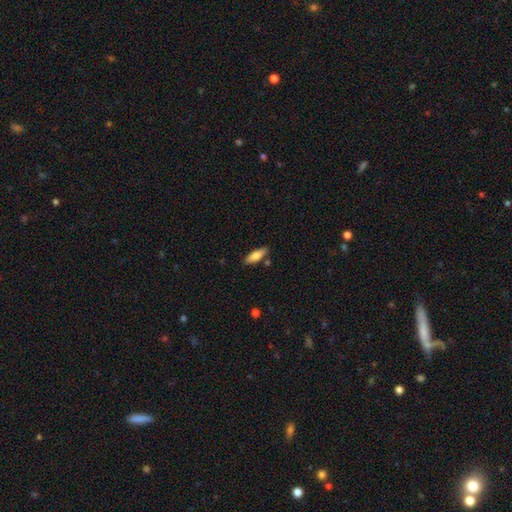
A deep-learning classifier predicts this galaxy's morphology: type=smooth (75%); roundness=in between (52%); merging=none (81%).